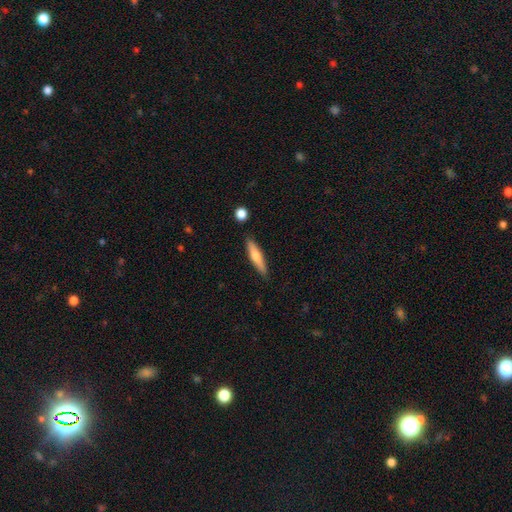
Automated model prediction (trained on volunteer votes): Smooth or featured? smooth (58%)
How rounded? cigar-shaped (82%)
Merging? none (86%)